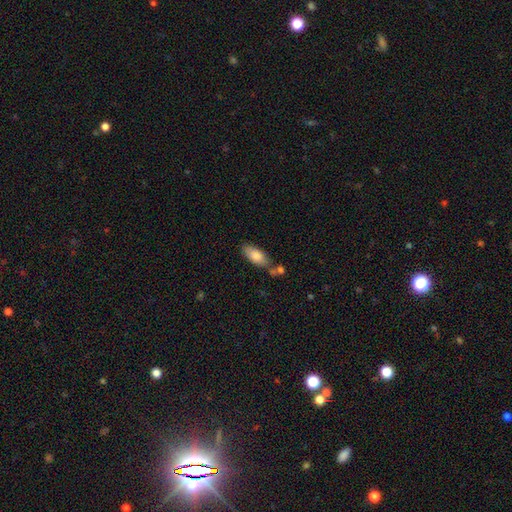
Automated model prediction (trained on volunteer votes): This is clearly a smooth galaxy (80%). How rounded: clearly in between (83%). Merging: possibly none (59%).